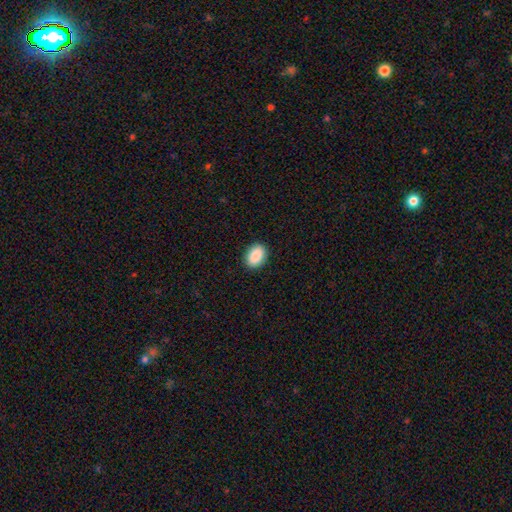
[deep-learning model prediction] Smooth or featured? Predicted: smooth (p=0.90). How rounded? Predicted: in between (p=0.83). Merging? Predicted: none (p=0.90).